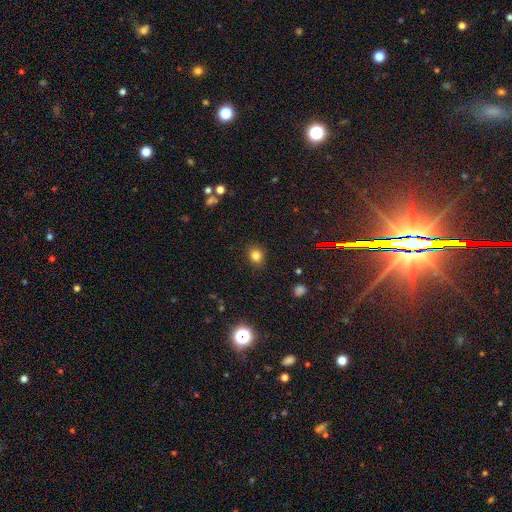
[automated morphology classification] A smooth galaxy with no disk features (80%) that is round (76%). Merging: none (87%).